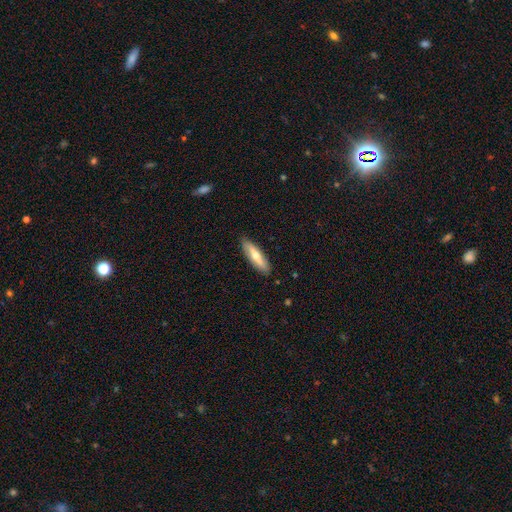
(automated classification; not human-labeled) Morphology: type=smooth (57%); roundness=cigar-shaped (62%); merging=none (87%).